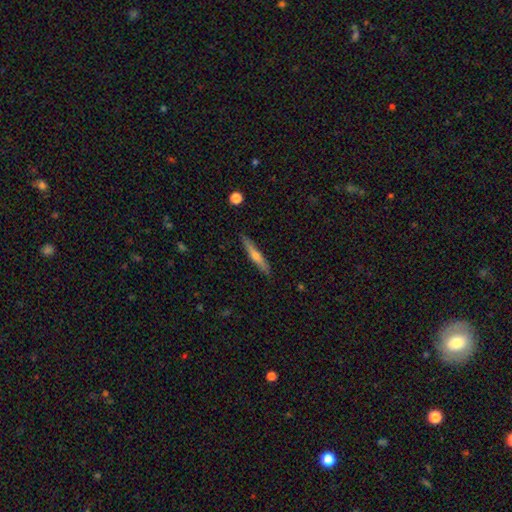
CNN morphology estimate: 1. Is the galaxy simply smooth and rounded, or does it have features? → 47% smooth, 46% featured or disk, 6% star or artifact.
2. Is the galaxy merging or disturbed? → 89% none, 8% minor disturbance, 2% major disturbance, 1% merger.